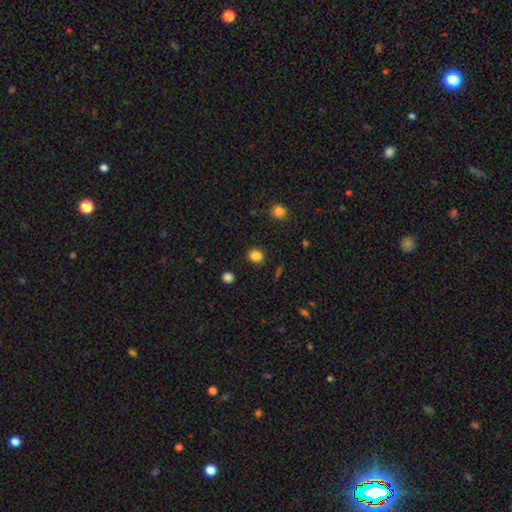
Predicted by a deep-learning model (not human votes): Smooth or featured? smooth (85%)
How rounded? round (76%)
Merging? none (89%)